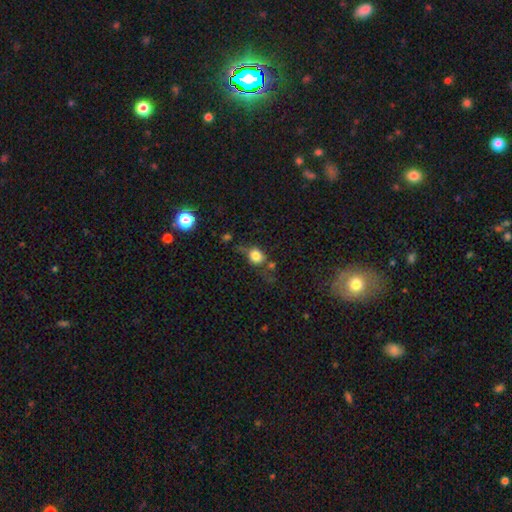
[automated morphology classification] The model was most divided on "merging": none: 47%, minor disturbance: 26%, major disturbance: 17%, merger: 10%. More confident: smooth or featured — smooth (74%); how rounded — round (67%).